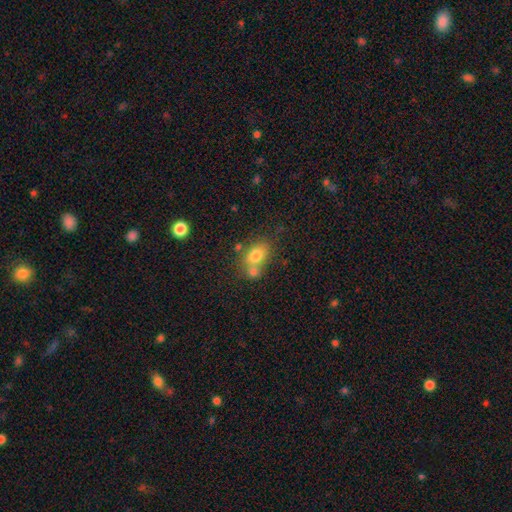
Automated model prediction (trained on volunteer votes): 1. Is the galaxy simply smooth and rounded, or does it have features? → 77% smooth, 13% featured or disk, 10% star or artifact.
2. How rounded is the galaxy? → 75% in between, 23% round, 2% cigar-shaped.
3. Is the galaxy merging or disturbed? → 45% none, 38% merger, 13% minor disturbance, 5% major disturbance.